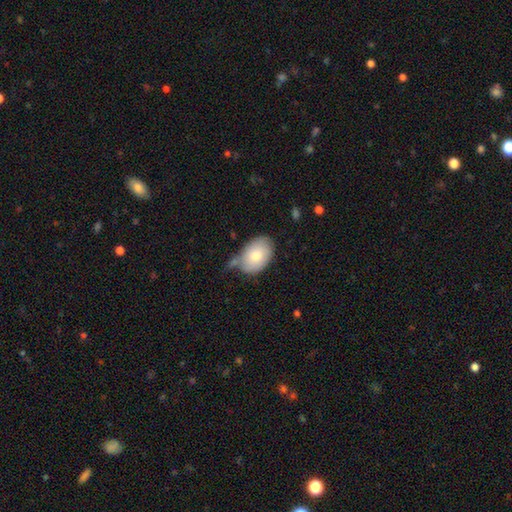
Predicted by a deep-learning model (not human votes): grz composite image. It shows a smooth galaxy with no disk features (77%) that is in between round and cigar-shaped (84%). Merging: none (55%).